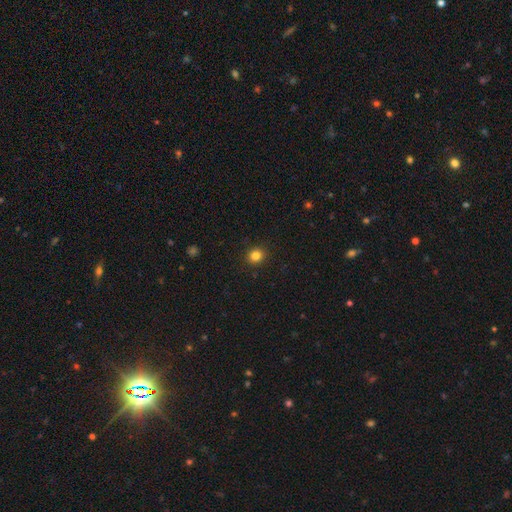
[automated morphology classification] Smooth or featured? Predicted: smooth (p=0.83). How rounded? Predicted: round (p=0.80). Merging? Predicted: none (p=0.91).